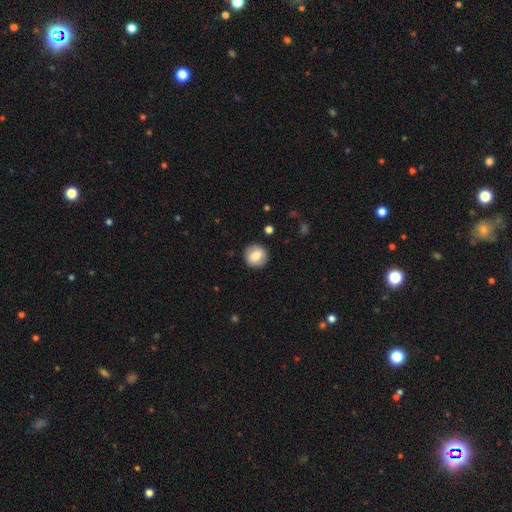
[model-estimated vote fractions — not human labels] smooth_or_featured: smooth (p=0.77) [alt: featured or disk p=0.16]
how_rounded: round (p=0.92) [alt: in between p=0.07]
merging: none (p=0.90) [alt: minor disturbance p=0.07]